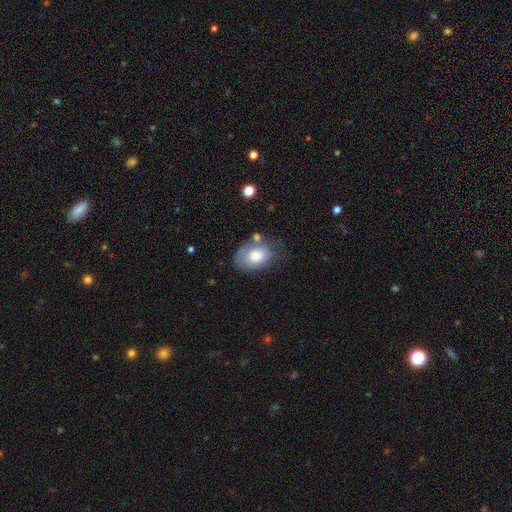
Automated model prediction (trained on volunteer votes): This is likely a smooth galaxy (71%). How rounded: clearly in between (82%). Merging: possibly none (52%).